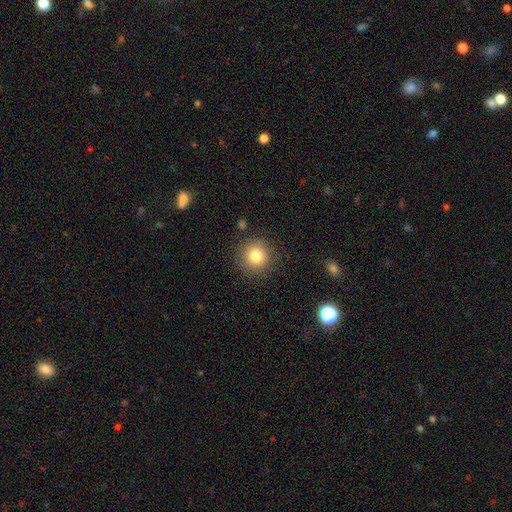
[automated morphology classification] Smooth or featured? Predicted: smooth (p=0.80). How rounded? Predicted: round (p=0.94). Merging? Predicted: none (p=0.87).